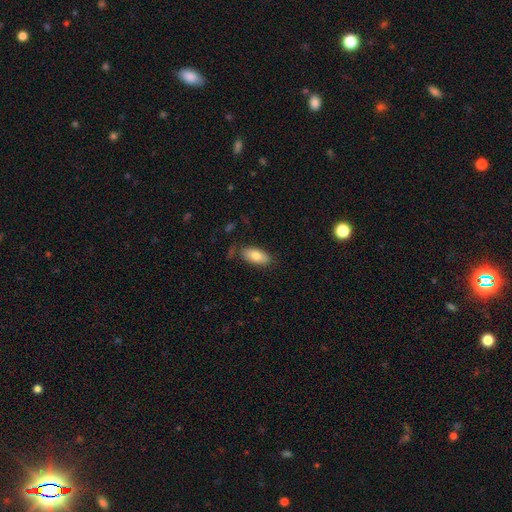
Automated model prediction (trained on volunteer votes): This is clearly a smooth galaxy (81%). How rounded: clearly in between (90%). Merging: likely none (79%).